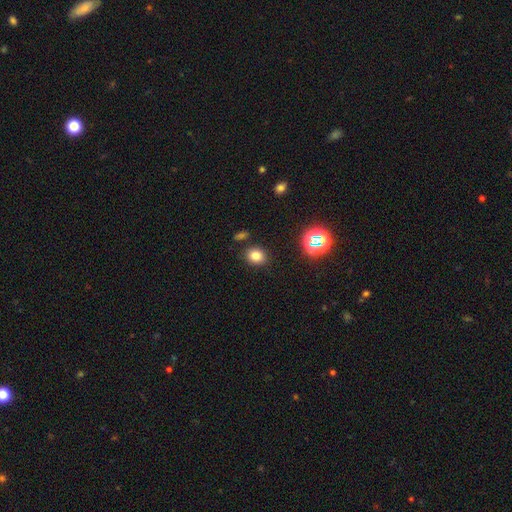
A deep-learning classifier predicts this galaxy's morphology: A smooth galaxy with no disk features (77%) that is round (61%).

Vote fractions:
- Smooth or featured? smooth: 77% / star or artifact: 16% / featured or disk: 7%
- How rounded? round: 61% / in between: 38% / cigar-shaped: 1%
- Merging? none: 85% / minor disturbance: 9% / merger: 4% / major disturbance: 3%